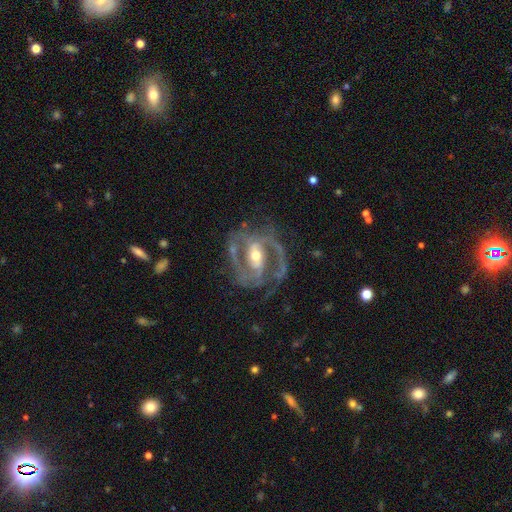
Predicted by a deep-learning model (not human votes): Smooth or featured: featured or disk — 92% (star or artifact — 5%)
Edge-on disk: no — 98% (yes — 2%)
Bar: strong — 40% (weak — 39%)
Spiral arms: yes — 97% (no — 3%)
Spiral winding: medium — 56% (tight — 28%)
Spiral arm count: 2 — 74% (3 — 12%)
Bulge size: moderate — 66% (small — 27%)
Merging: none — 67% (minor disturbance — 18%)